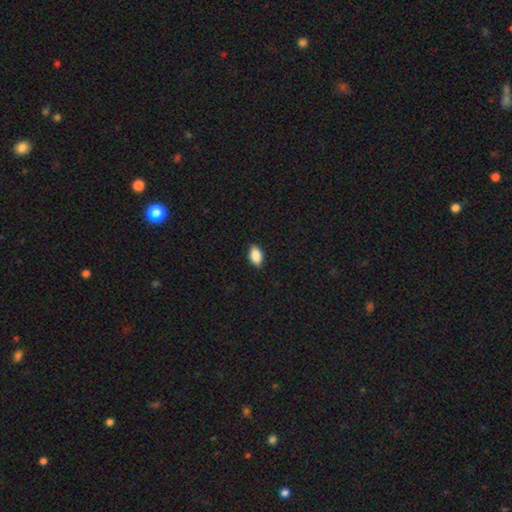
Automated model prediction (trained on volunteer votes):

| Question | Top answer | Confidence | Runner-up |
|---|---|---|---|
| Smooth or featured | smooth | 89% | star or artifact (7%) |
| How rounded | in between | 93% | round (5%) |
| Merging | none | 89% | minor disturbance (8%) |